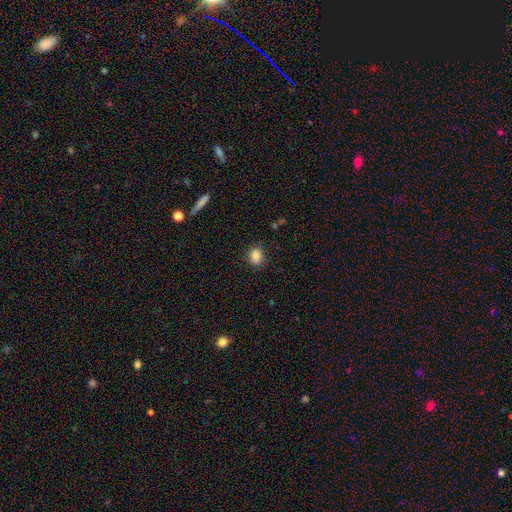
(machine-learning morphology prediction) The model was most divided on "how rounded": round: 54%, in between: 45%, cigar-shaped: 1%. More confident: merging — none (86%); smooth or featured — smooth (85%).